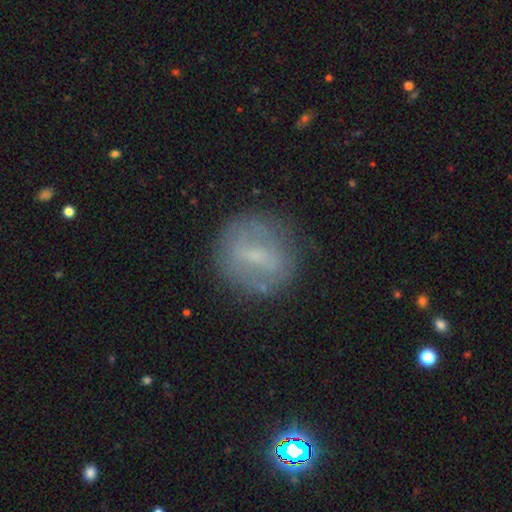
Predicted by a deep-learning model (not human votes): Smooth or featured: featured or disk — 49% (smooth — 41%)
Merging: none — 78% (minor disturbance — 15%)